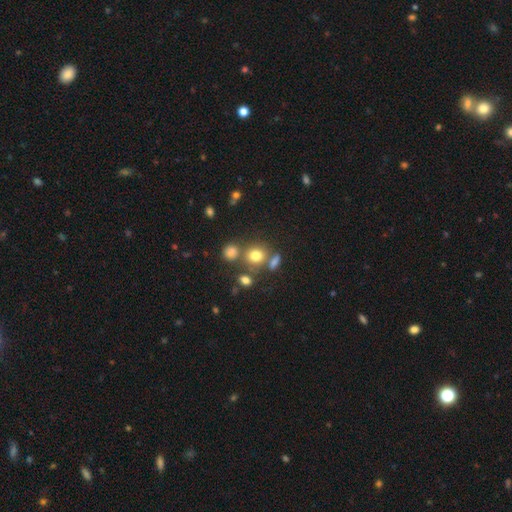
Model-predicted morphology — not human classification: The model was most divided on "merging": none: 62%, merger: 21%, minor disturbance: 12%, major disturbance: 5%. More confident: smooth or featured — smooth (73%); how rounded — round (73%).